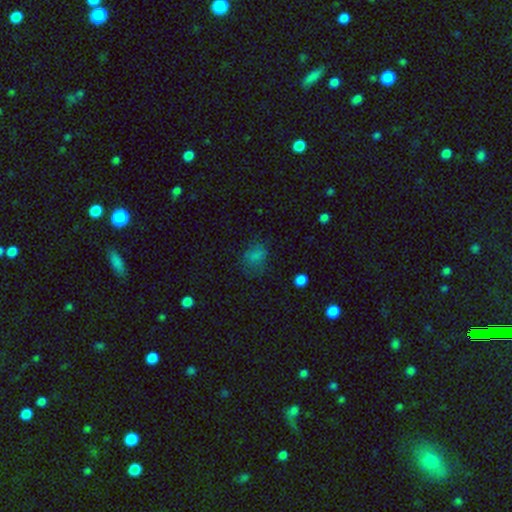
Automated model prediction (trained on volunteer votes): smooth-or-featured: smooth: 73% | star or artifact: 17% | featured or disk: 10%
  how-rounded: round: 50% | in between: 49% | cigar-shaped: 1%
  merging: none: 60% | minor disturbance: 23% | major disturbance: 15% | merger: 2%